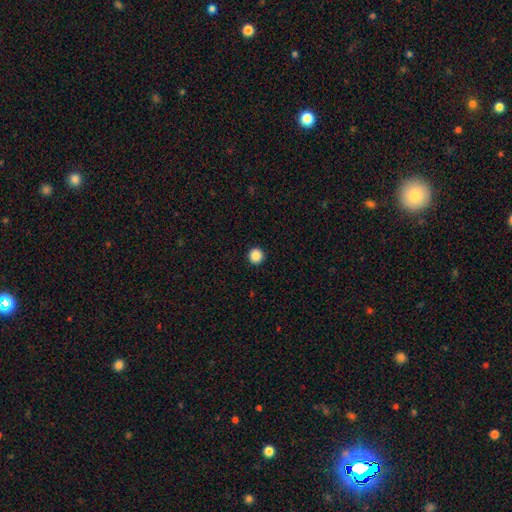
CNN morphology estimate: Smooth or featured? smooth (87%)
How rounded? round (95%)
Merging? none (94%)